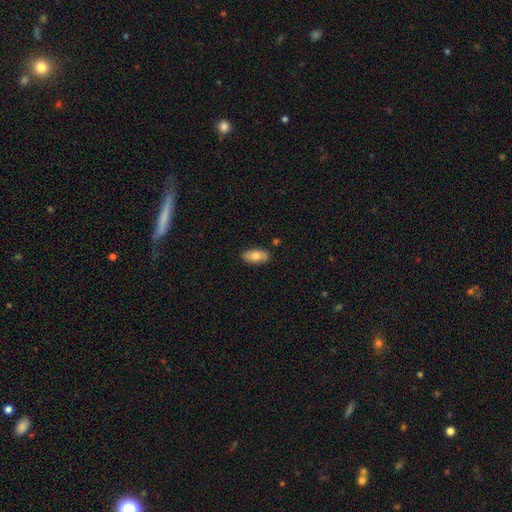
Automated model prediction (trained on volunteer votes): The model was most divided on "smooth or featured": smooth: 77%, featured or disk: 16%, star or artifact: 7%. More confident: how rounded — in between (91%); merging — none (87%).